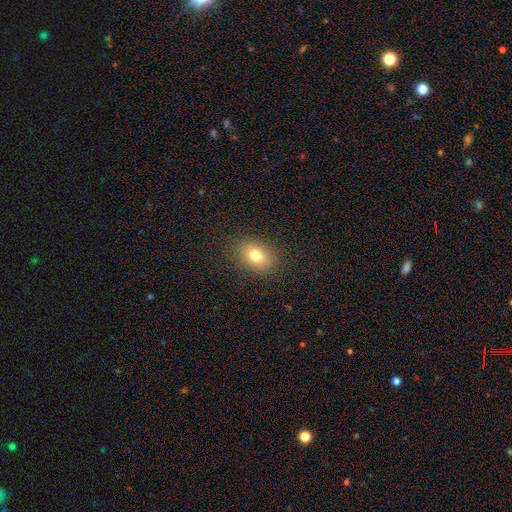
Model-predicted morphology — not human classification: Smooth or featured?
  - smooth: 75% *
  - featured or disk: 13%
  - star or artifact: 12%
How rounded?
  - in between: 71% *
  - round: 28%
  - cigar-shaped: 1%
Merging?
  - none: 87% *
  - minor disturbance: 9%
  - major disturbance: 3%
  - merger: 1%